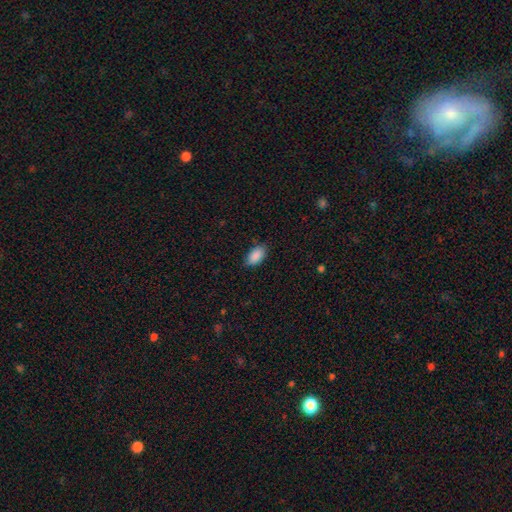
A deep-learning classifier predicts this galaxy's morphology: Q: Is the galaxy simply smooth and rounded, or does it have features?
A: smooth — 89%.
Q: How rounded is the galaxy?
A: in between — 93%.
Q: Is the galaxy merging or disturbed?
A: none — 80%.